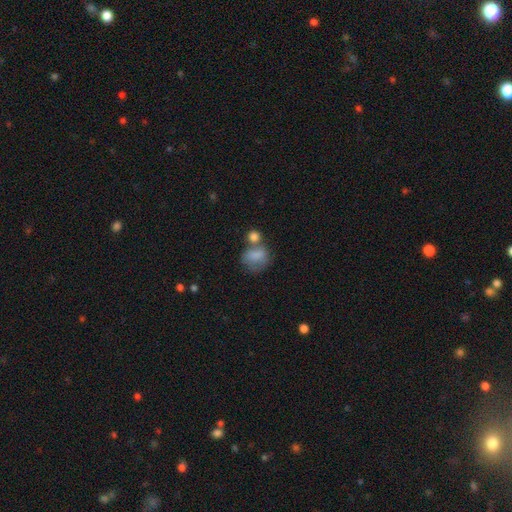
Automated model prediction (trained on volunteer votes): This is likely a smooth galaxy (76%). How rounded: possibly round (53%). Merging: marginally merger (36%).